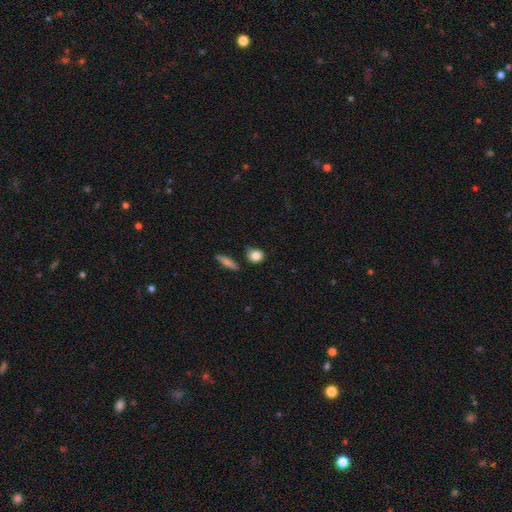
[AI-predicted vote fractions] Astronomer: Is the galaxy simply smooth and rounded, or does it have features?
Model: smooth — 84%.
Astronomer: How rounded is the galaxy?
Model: round — 69%.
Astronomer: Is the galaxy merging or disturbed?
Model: none — 67%.